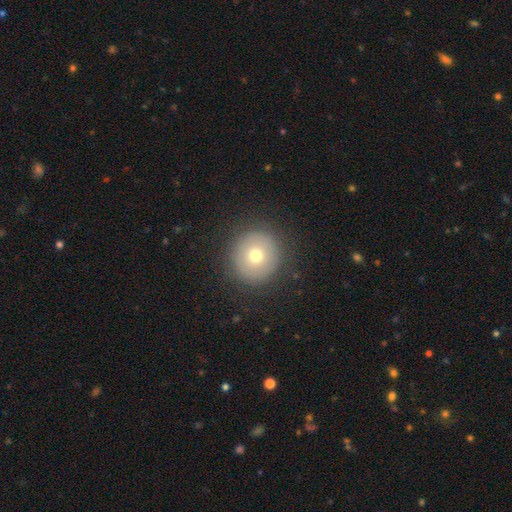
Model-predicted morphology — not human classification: smooth_or_featured: smooth (p=0.67) [alt: featured or disk p=0.21]
how_rounded: round (p=0.94) [alt: in between p=0.05]
merging: none (p=0.89) [alt: minor disturbance p=0.07]